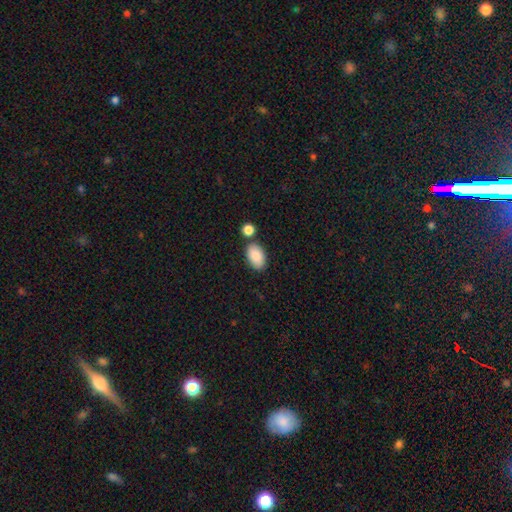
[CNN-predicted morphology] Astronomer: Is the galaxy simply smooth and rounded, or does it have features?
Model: smooth — 88%.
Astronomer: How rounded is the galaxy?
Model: in between — 93%.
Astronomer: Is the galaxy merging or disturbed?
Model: none — 74%.